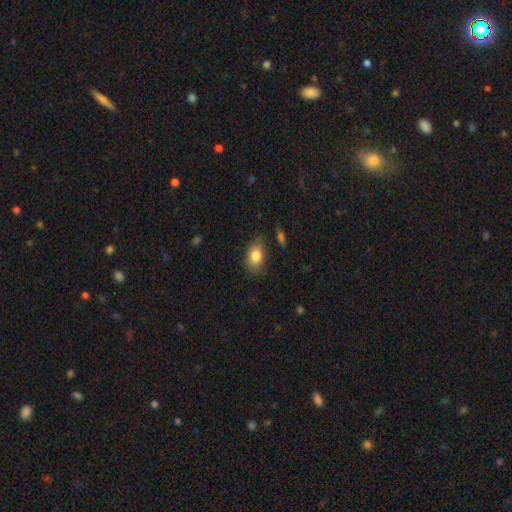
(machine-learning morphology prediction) This is clearly a smooth galaxy (83%). How rounded: clearly in between (86%). Merging: likely none (73%).